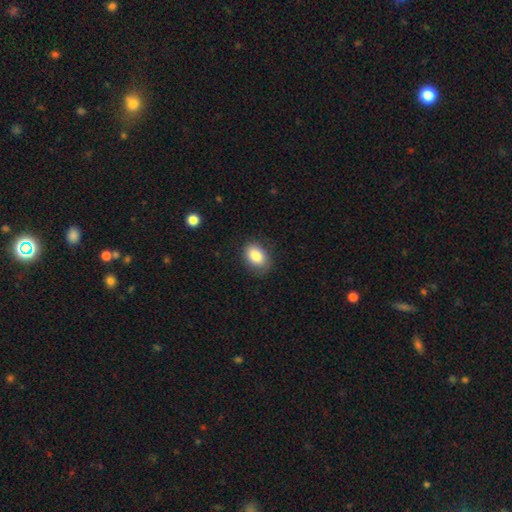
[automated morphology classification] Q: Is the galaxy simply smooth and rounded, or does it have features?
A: smooth — 84%.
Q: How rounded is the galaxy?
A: in between — 79%.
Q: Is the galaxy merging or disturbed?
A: none — 81%.